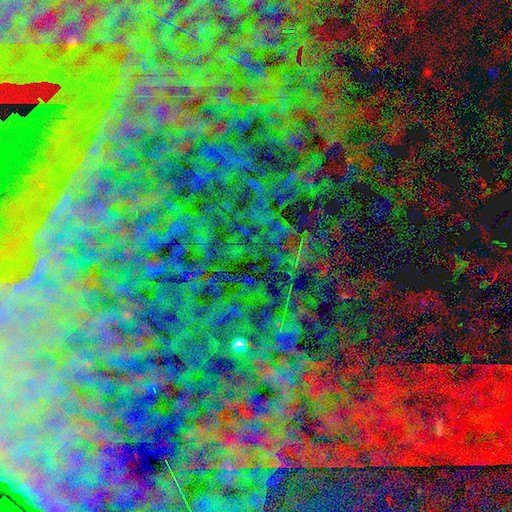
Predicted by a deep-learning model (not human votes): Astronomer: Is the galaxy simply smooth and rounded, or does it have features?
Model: star or artifact — 83%.